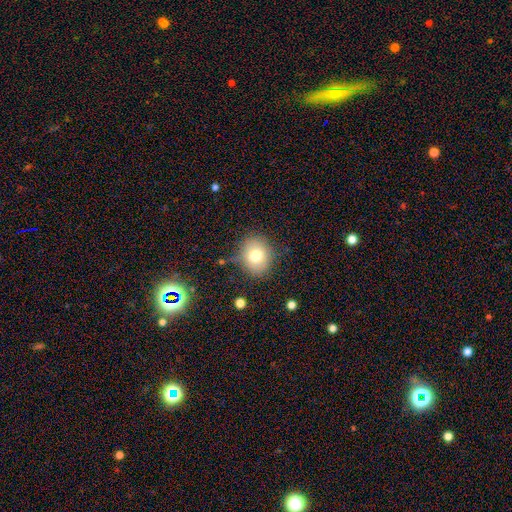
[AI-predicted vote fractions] Smooth or featured? Predicted: smooth (p=0.75). How rounded? Predicted: round (p=0.73). Merging? Predicted: none (p=0.77).